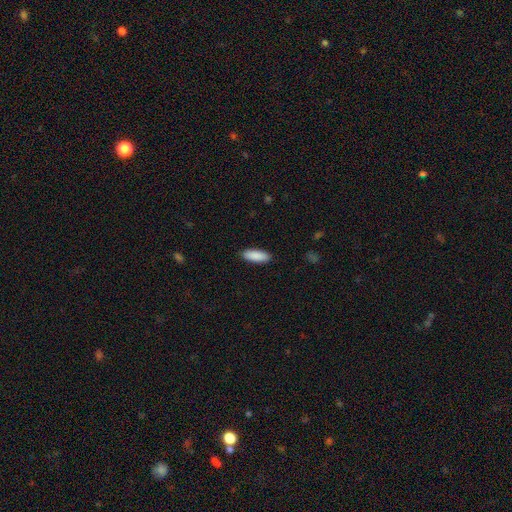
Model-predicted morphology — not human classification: Smooth or featured?
  - smooth: 90% *
  - star or artifact: 5%
  - featured or disk: 4%
How rounded?
  - in between: 66% *
  - cigar-shaped: 33%
  - round: 2%
Merging?
  - none: 90% *
  - minor disturbance: 7%
  - major disturbance: 2%
  - merger: 1%